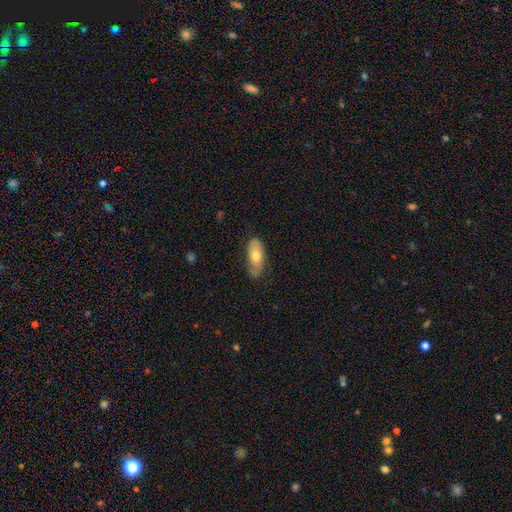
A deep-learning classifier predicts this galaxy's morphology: This appears to be a smooth galaxy with no disk features (65%) that is in between round and cigar-shaped (83%). Merging: none (69%).